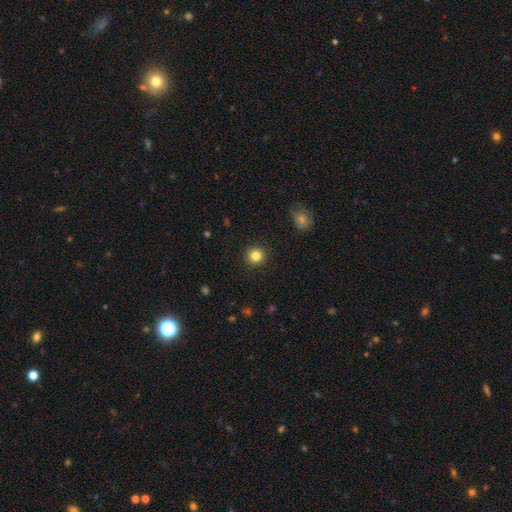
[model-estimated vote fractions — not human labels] smooth-or-featured: smooth: 84% | star or artifact: 11% | featured or disk: 5%
  how-rounded: round: 94% | in between: 5% | cigar-shaped: 1%
  merging: none: 92% | minor disturbance: 5% | major disturbance: 2% | merger: 1%